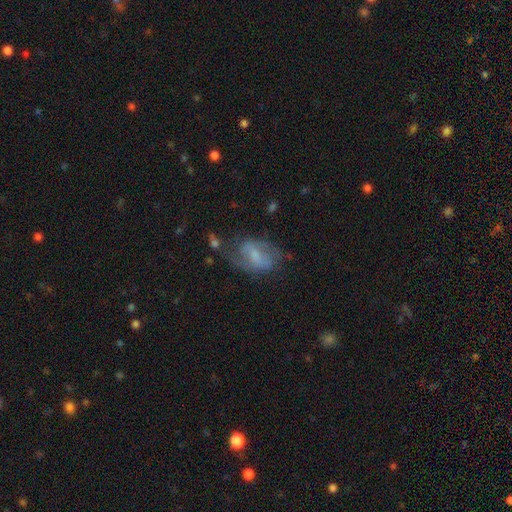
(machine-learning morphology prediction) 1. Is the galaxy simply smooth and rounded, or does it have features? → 61% featured or disk, 30% smooth, 9% star or artifact.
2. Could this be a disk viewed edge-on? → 95% no, 5% yes.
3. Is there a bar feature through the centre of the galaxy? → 48% weak, 29% strong, 23% no.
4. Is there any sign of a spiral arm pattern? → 77% yes, 23% no.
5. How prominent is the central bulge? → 39% small, 28% moderate, 26% none, 6% large, 1% dominant.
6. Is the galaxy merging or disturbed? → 52% none, 24% minor disturbance, 20% major disturbance, 4% merger.